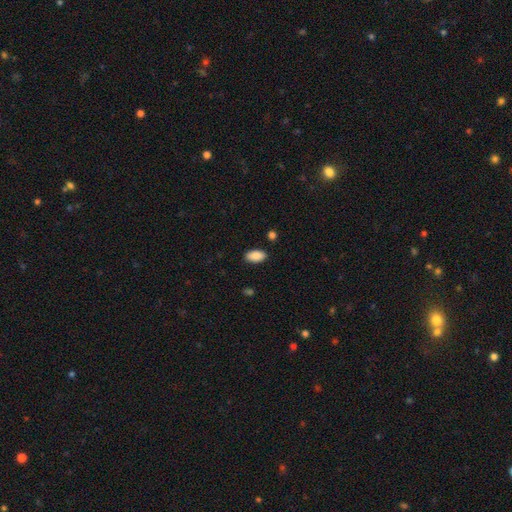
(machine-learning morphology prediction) Smooth or featured? smooth (89%)
How rounded? in between (94%)
Merging? none (88%)